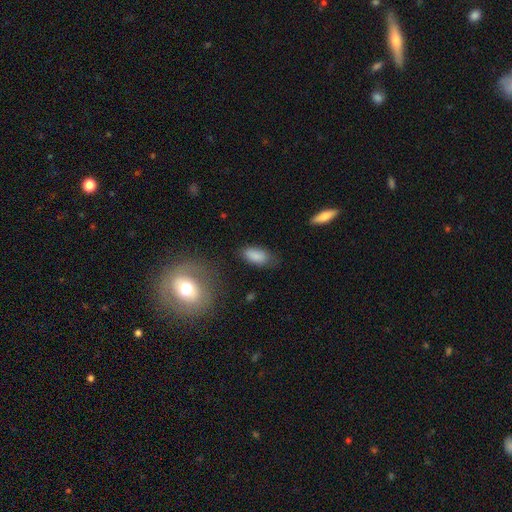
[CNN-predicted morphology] Overall: smooth (86%). How rounded: in between (91%). Merging: none (71%).